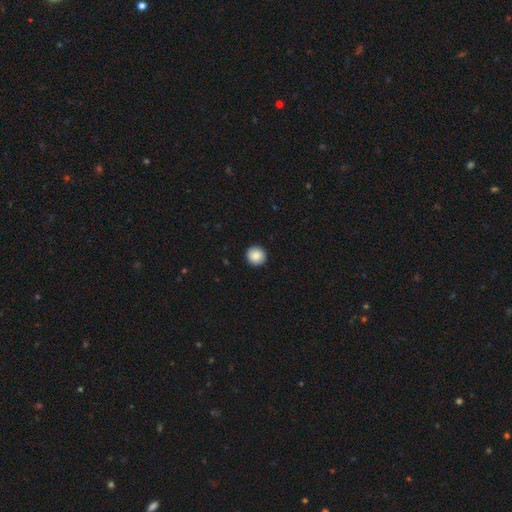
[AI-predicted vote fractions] The model was most divided on "smooth or featured": smooth: 88%, star or artifact: 8%, featured or disk: 4%. More confident: how rounded — round (94%); merging — none (93%).